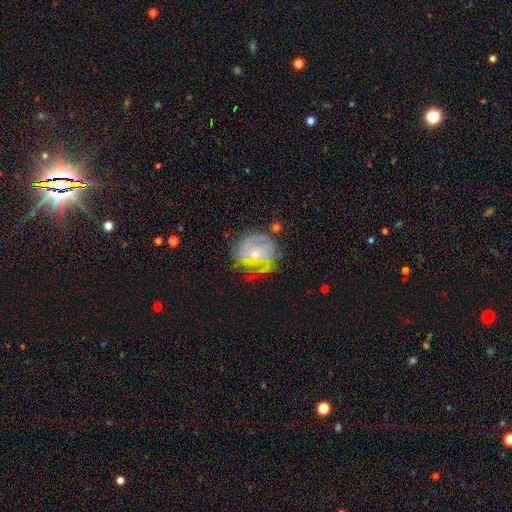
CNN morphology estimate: Overall: featured or disk (73%). Edge-on disk: no (97%). Bar: no (54%; weak 37%). Spiral arms: yes (78%). Spiral arm count: can't tell (45%; 2 26%). Spiral winding: tight (54%; medium 33%). Bulge size: small (53%; moderate 43%). Merging: none (57%; minor disturbance 24%).